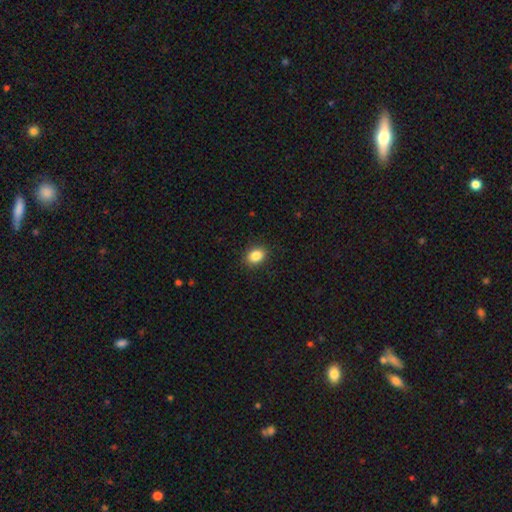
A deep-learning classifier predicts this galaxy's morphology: Smooth or featured? Predicted: smooth (p=0.85). How rounded? Predicted: in between (p=0.63). Merging? Predicted: none (p=0.89).